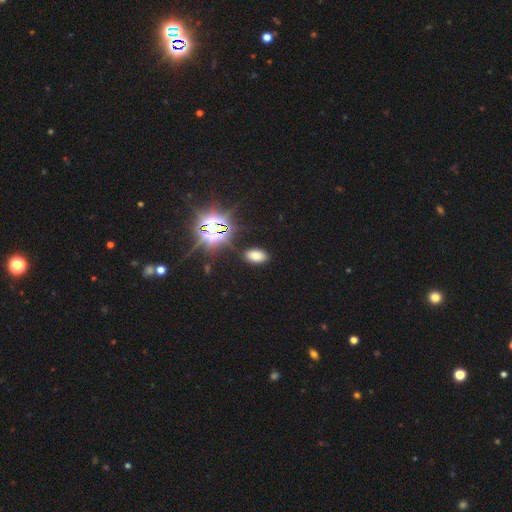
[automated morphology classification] Smooth or featured? Predicted: smooth (p=0.66). How rounded? Predicted: in between (p=0.92). Merging? Predicted: none (p=0.87).